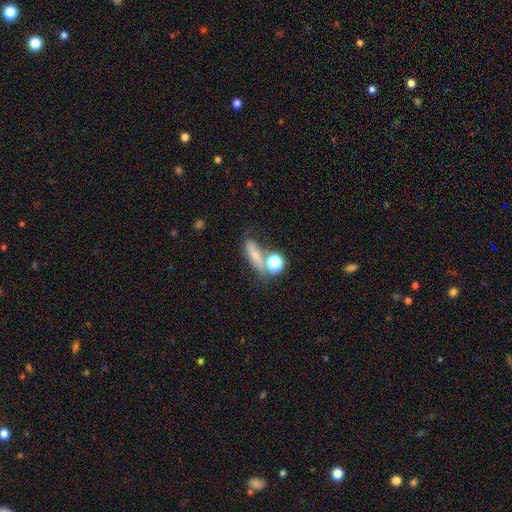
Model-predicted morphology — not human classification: A smooth galaxy with no disk features (57%) that is in between round and cigar-shaped (44%).

Vote fractions:
- Smooth or featured? smooth: 57% / featured or disk: 27% / star or artifact: 16%
- How rounded? in between: 44% / cigar-shaped: 35% / round: 20%
- Merging? none: 48% / merger: 23% / minor disturbance: 18% / major disturbance: 11%